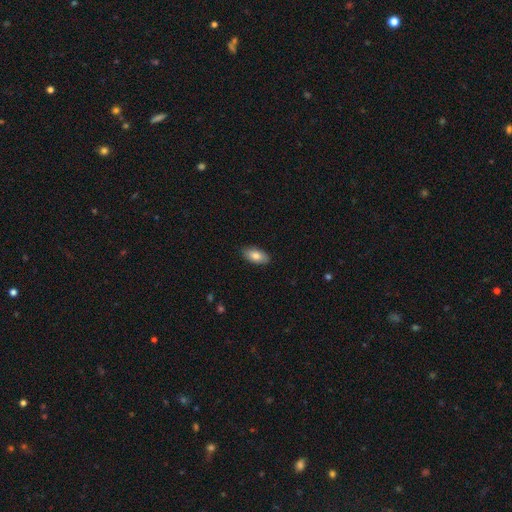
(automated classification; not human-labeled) Smooth or featured? smooth (82%)
How rounded? in between (92%)
Merging? none (88%)